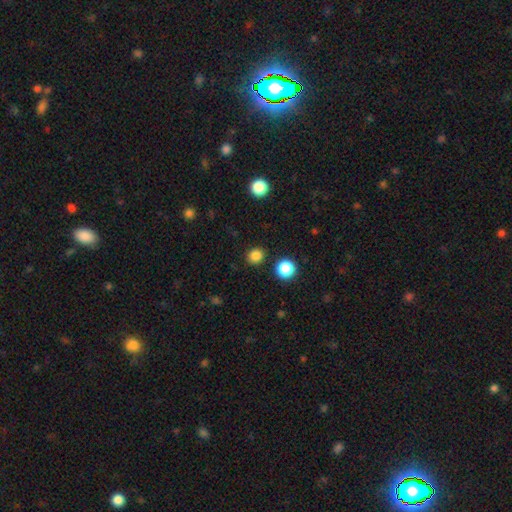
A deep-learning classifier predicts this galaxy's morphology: smooth-or-featured: smooth: 83% | star or artifact: 13% | featured or disk: 3%
  how-rounded: round: 87% | in between: 12% | cigar-shaped: 1%
  merging: none: 89% | minor disturbance: 6% | merger: 3% | major disturbance: 2%